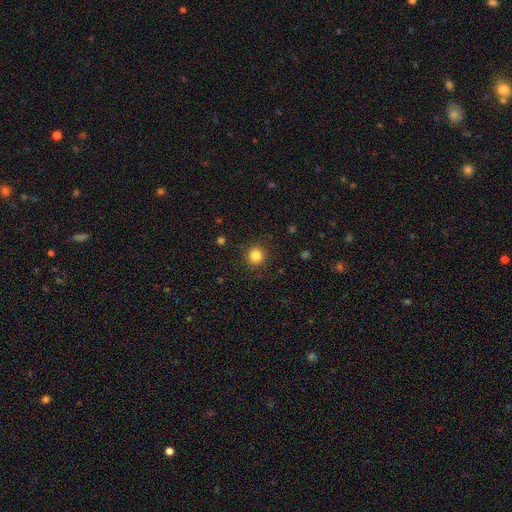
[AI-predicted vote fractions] smooth 84%, star or artifact 12%, featured or disk 4%. Down the decision tree: how rounded — round (92%); merging — none (90%).